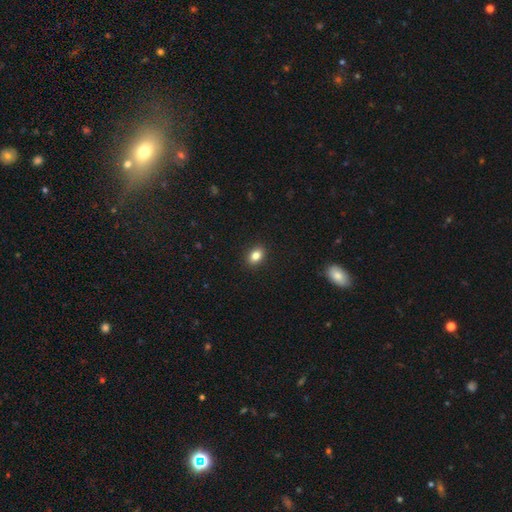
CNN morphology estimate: Smooth or featured? Predicted: smooth (p=0.84). How rounded? Predicted: in between (p=0.74). Merging? Predicted: none (p=0.90).